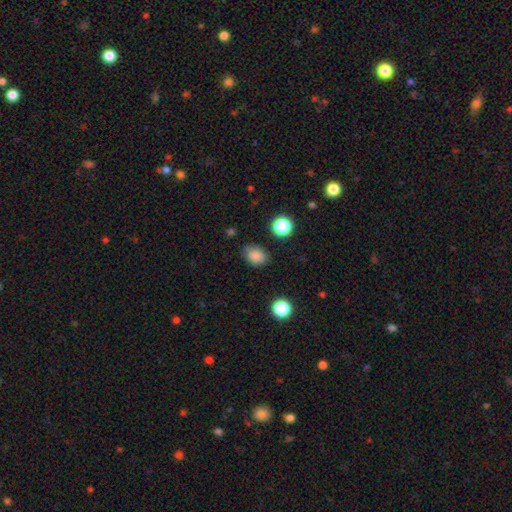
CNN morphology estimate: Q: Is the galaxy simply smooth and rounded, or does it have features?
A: smooth — 83%.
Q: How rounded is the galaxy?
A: in between — 60%.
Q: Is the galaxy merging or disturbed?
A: none — 80%.